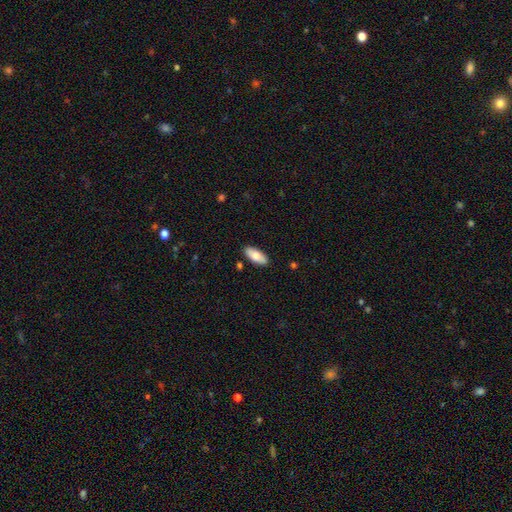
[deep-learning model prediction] A smooth galaxy with no disk features (77%) that is in between round and cigar-shaped (85%).

Vote fractions:
- Smooth or featured? smooth: 77% / featured or disk: 18% / star or artifact: 6%
- How rounded? in between: 85% / cigar-shaped: 13% / round: 2%
- Merging? none: 88% / minor disturbance: 9% / major disturbance: 2% / merger: 2%